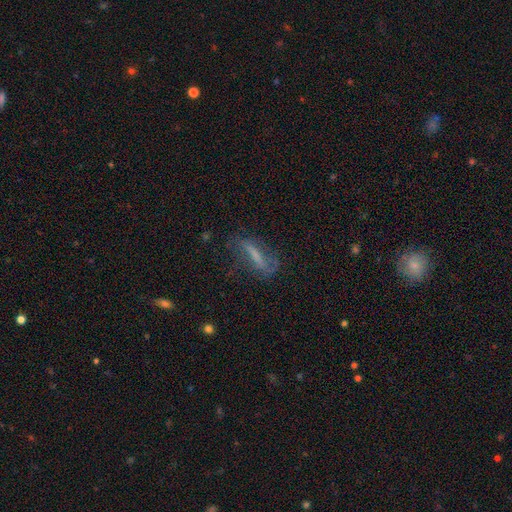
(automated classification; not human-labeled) This is possibly a featured or disk galaxy (47%). Merging: possibly none (55%).